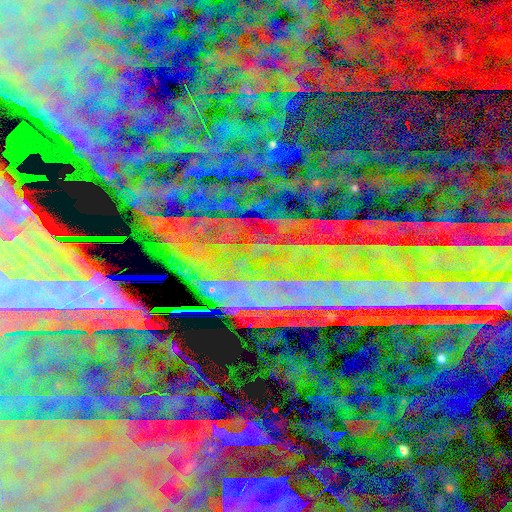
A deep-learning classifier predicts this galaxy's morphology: smooth-or-featured: star or artifact: 88% | featured or disk: 7% | smooth: 5%